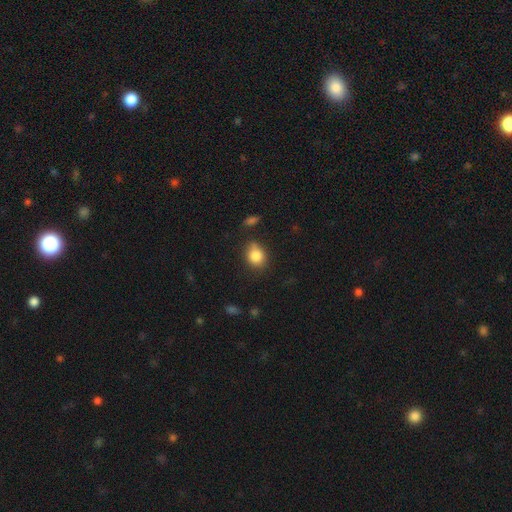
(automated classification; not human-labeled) Q: Smooth or featured?
A: smooth (84%); runner-up: star or artifact (9%)
Q: How rounded?
A: round (55%); runner-up: in between (44%)
Q: Merging?
A: none (67%); runner-up: minor disturbance (23%)